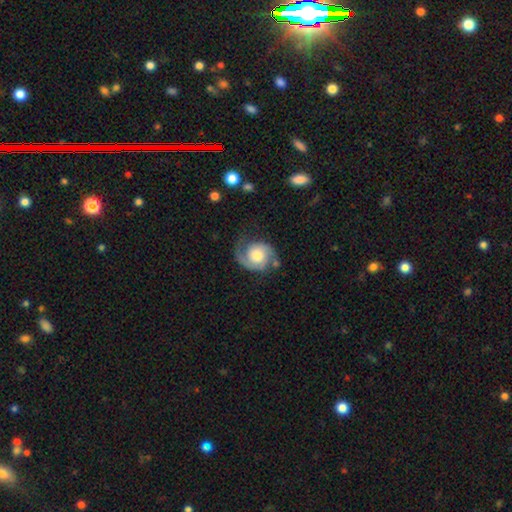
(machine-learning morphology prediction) Overall: featured or disk (79%). Edge-on disk: no (98%). Bar: no (71%). Spiral arms: yes (96%). Spiral arm count: 2 (82%). Spiral winding: medium (46%; tight 33%). Bulge size: moderate (46%; large 28%). Merging: none (60%; minor disturbance 23%).